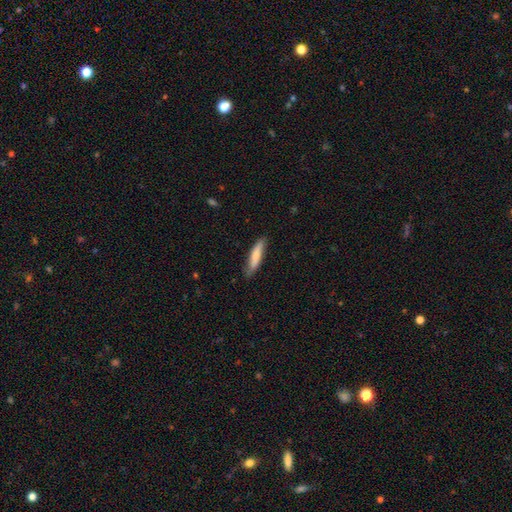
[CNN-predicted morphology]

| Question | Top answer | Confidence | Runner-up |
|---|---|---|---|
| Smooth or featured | smooth | 77% | featured or disk (18%) |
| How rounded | cigar-shaped | 81% | in between (18%) |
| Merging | none | 78% | minor disturbance (18%) |